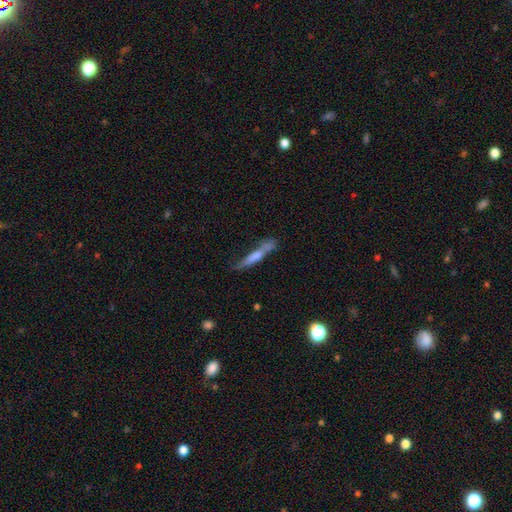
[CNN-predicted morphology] smooth-or-featured: featured or disk: 53% | smooth: 36% | star or artifact: 11%
  disk-edge-on: yes: 85% | no: 15%
  merging: none: 58% | minor disturbance: 18% | merger: 15% | major disturbance: 8%